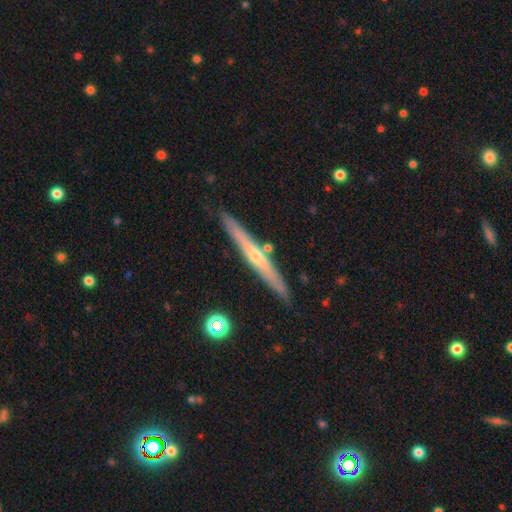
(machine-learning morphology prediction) A featured or disk galaxy (71%) viewed edge-on (97%) with a rounded central bulge (64%). Merging: none (88%).